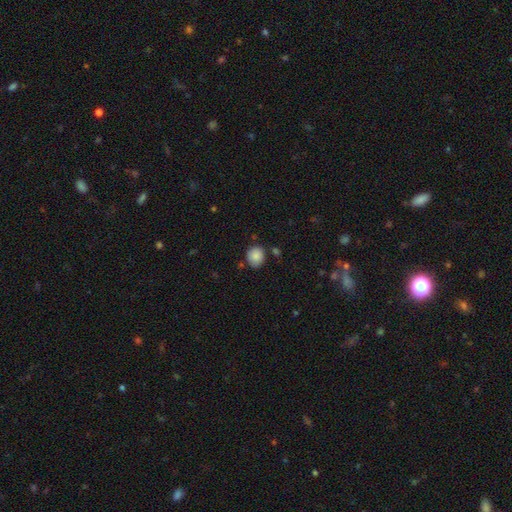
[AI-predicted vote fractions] Smooth or featured?
  - smooth: 86% *
  - star or artifact: 9%
  - featured or disk: 5%
How rounded?
  - round: 73% *
  - in between: 26%
  - cigar-shaped: 1%
Merging?
  - none: 77% *
  - minor disturbance: 15%
  - merger: 5%
  - major disturbance: 3%